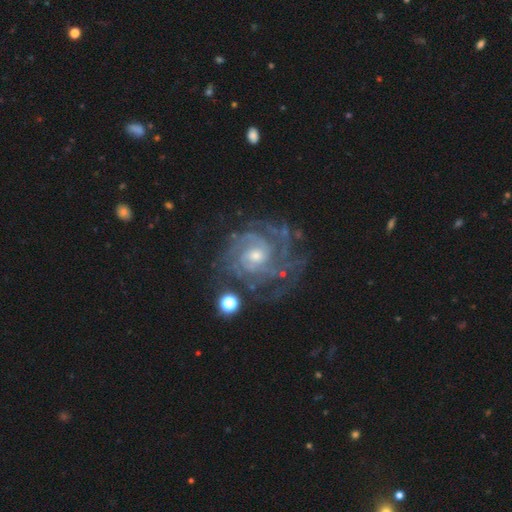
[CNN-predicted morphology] Smooth or featured? featured or disk (89%)
Edge-on disk? no (98%)
Bar? no (64%)
Spiral arms? yes (97%)
Spiral winding? tight (69%)
Spiral arm count? can't tell (31%)
Bulge size? moderate (48%)
Merging? none (64%)